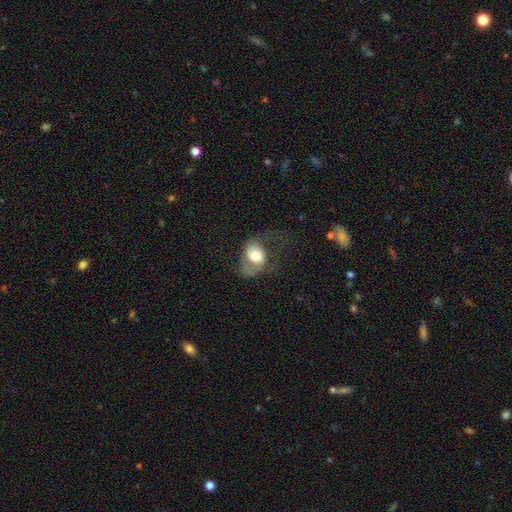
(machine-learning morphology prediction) smooth-or-featured: smooth: 49% | featured or disk: 43% | star or artifact: 8%
  merging: major disturbance: 45% | none: 30% | minor disturbance: 22% | merger: 2%